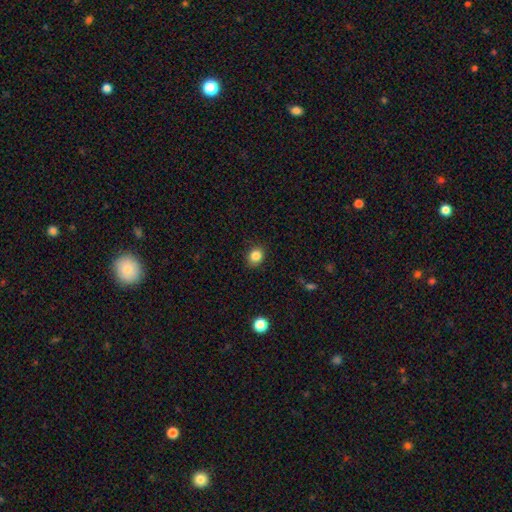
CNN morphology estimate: Smooth or featured: smooth — 84% (star or artifact — 11%)
How rounded: round — 63% (in between — 36%)
Merging: none — 88% (minor disturbance — 8%)